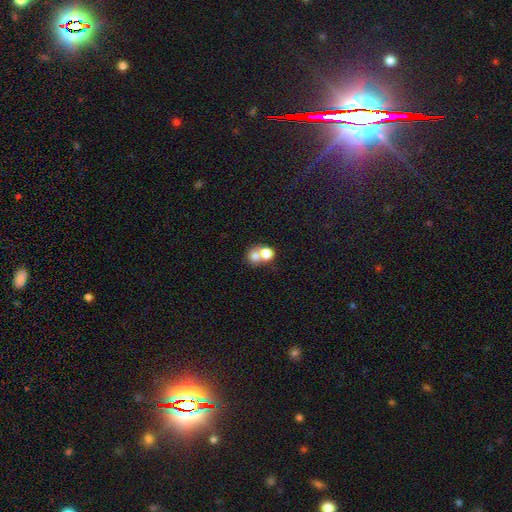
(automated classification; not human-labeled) Q: Smooth or featured?
A: smooth (74%); runner-up: featured or disk (15%)
Q: How rounded?
A: round (76%); runner-up: in between (23%)
Q: Merging?
A: merger (63%); runner-up: none (29%)